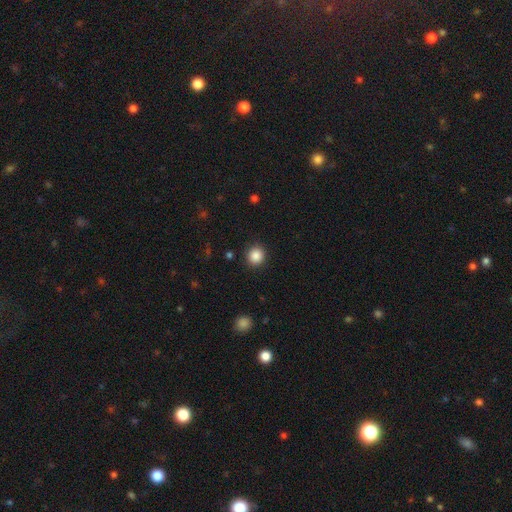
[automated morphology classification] Smooth or featured? Predicted: smooth (p=0.87). How rounded? Predicted: round (p=0.91). Merging? Predicted: none (p=0.91).